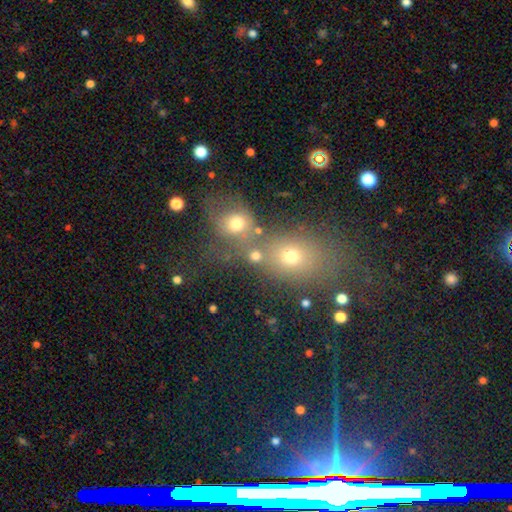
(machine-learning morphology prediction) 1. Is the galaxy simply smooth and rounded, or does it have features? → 69% smooth, 19% star or artifact, 12% featured or disk.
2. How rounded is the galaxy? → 70% round, 28% in between, 2% cigar-shaped.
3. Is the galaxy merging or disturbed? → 44% merger, 41% none, 8% minor disturbance, 6% major disturbance.